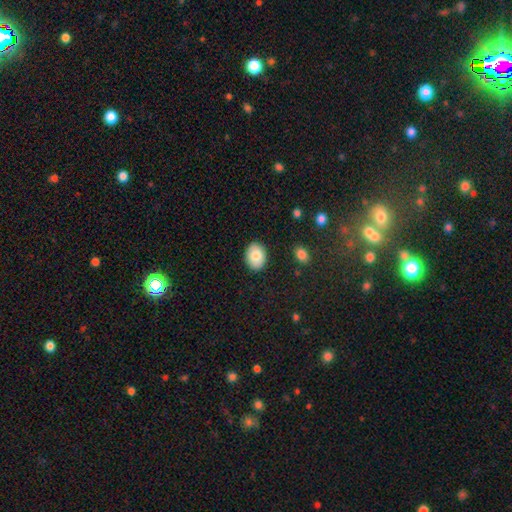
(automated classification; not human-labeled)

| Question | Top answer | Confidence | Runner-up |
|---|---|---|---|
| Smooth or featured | smooth | 82% | featured or disk (11%) |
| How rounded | in between | 66% | round (33%) |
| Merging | none | 89% | minor disturbance (8%) |